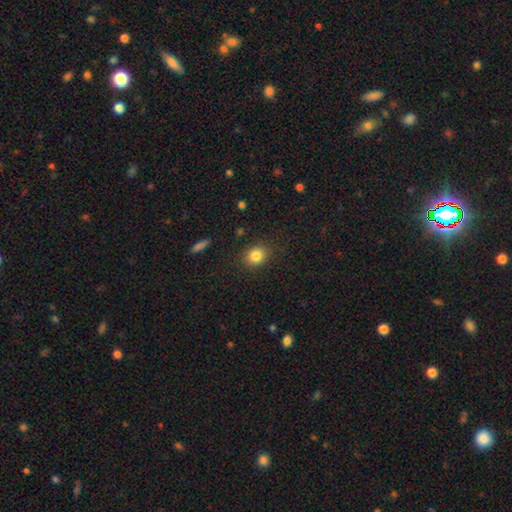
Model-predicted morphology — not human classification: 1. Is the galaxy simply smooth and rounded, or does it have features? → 83% smooth, 10% star or artifact, 6% featured or disk.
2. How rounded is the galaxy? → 66% round, 33% in between, 1% cigar-shaped.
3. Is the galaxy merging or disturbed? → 86% none, 10% minor disturbance, 3% major disturbance, 1% merger.